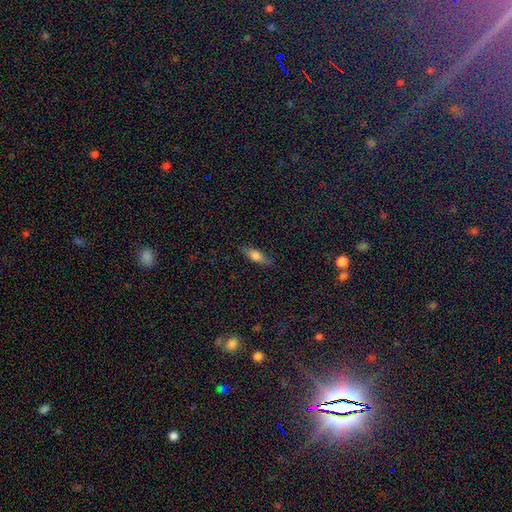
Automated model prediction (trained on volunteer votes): Smooth or featured: smooth — 62% (featured or disk — 30%)
How rounded: in between — 52% (cigar-shaped — 45%)
Merging: none — 84% (minor disturbance — 12%)